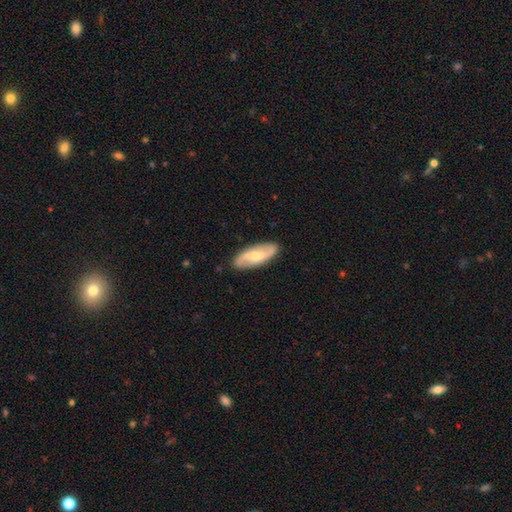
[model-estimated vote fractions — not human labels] Smooth or featured? featured or disk (72%)
Edge-on disk? no (90%)
Bar? weak (45%)
Spiral arms? yes (90%)
Spiral winding? loose (61%)
Spiral arm count? 2 (91%)
Bulge size? small (47%)
Merging? none (88%)